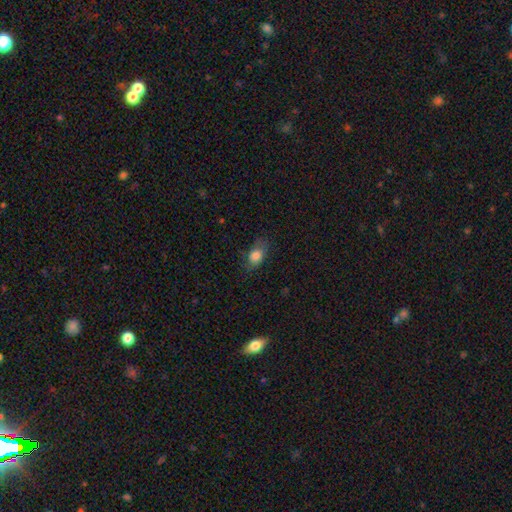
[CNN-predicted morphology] smooth-or-featured: smooth: 81% | star or artifact: 10% | featured or disk: 9%
  how-rounded: in between: 78% | round: 19% | cigar-shaped: 4%
  merging: none: 66% | minor disturbance: 24% | major disturbance: 9% | merger: 1%